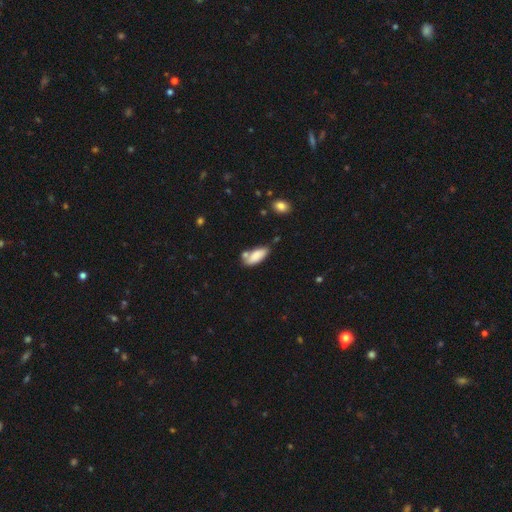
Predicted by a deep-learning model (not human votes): smooth-or-featured: smooth: 84% | featured or disk: 9% | star or artifact: 7%
  how-rounded: in between: 81% | cigar-shaped: 18% | round: 2%
  merging: none: 55% | minor disturbance: 22% | merger: 18% | major disturbance: 5%